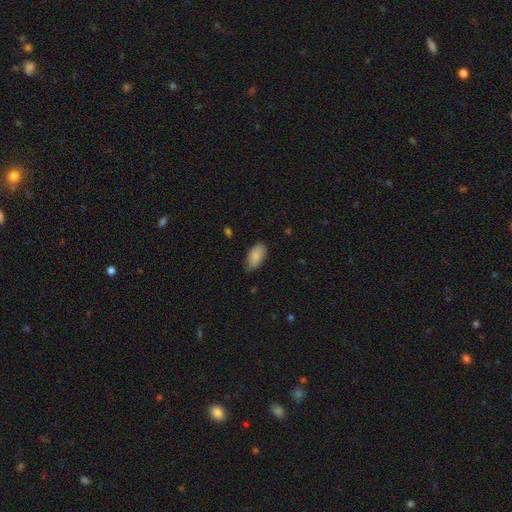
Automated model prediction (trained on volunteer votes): Q: Smooth or featured?
A: smooth (86%); runner-up: featured or disk (7%)
Q: How rounded?
A: in between (94%); runner-up: round (4%)
Q: Merging?
A: none (67%); runner-up: minor disturbance (28%)